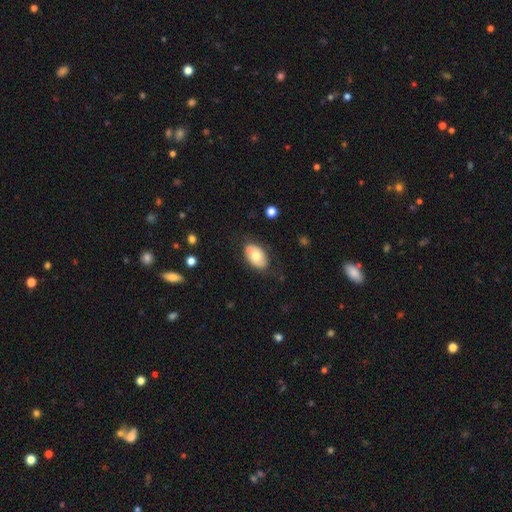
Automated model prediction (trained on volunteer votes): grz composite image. It shows a smooth galaxy with no disk features (63%) that is in between round and cigar-shaped (91%). Merging: none (74%).